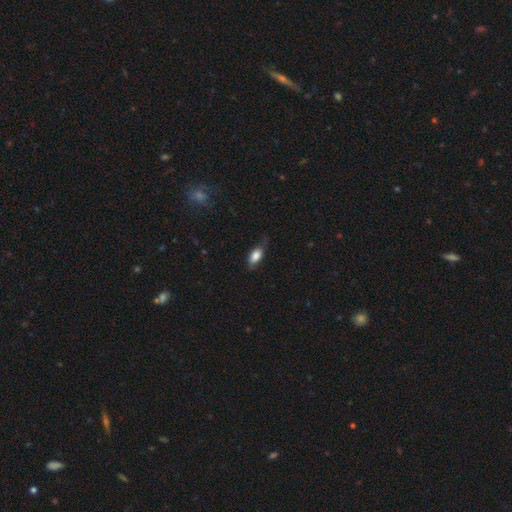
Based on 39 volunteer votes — smooth 82%, featured or disk 10%, star or artifact 8%. Down the decision tree: how rounded — in between (84%); merging — none (47%).